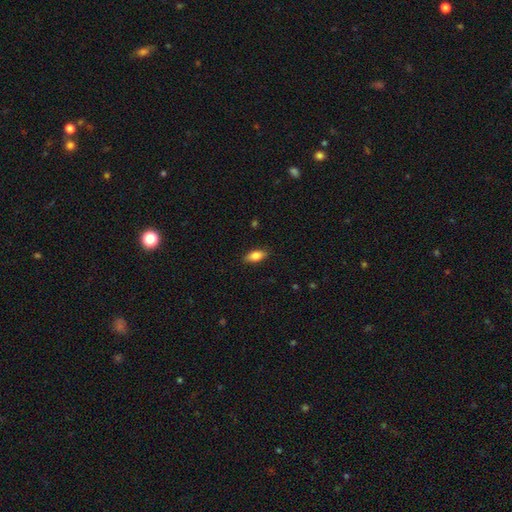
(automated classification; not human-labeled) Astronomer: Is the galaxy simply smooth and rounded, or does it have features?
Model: smooth — 81%.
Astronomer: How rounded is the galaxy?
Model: in between — 84%.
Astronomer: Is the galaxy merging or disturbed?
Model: none — 87%.